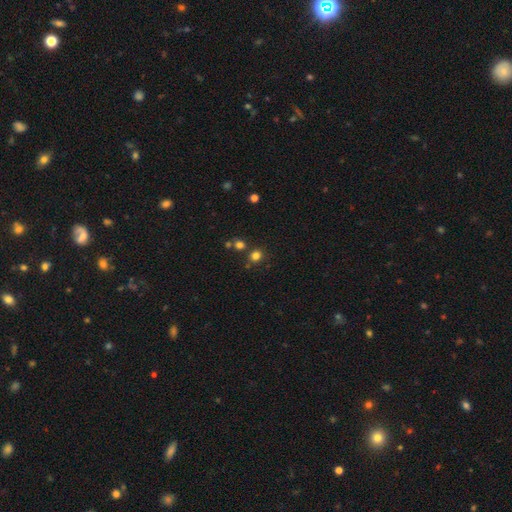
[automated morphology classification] The model was most divided on "smooth or featured": smooth: 76%, star or artifact: 18%, featured or disk: 5%. More confident: how rounded — round (86%); merging — none (76%).